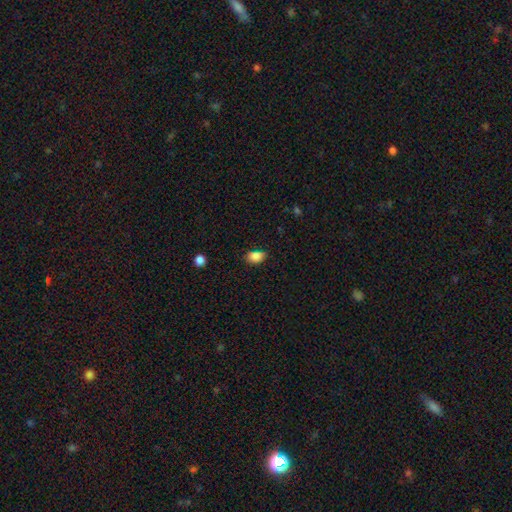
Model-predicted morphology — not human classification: smooth_or_featured: smooth (p=0.86) [alt: star or artifact p=0.10]
how_rounded: in between (p=0.84) [alt: round p=0.15]
merging: none (p=0.71) [alt: minor disturbance p=0.22]